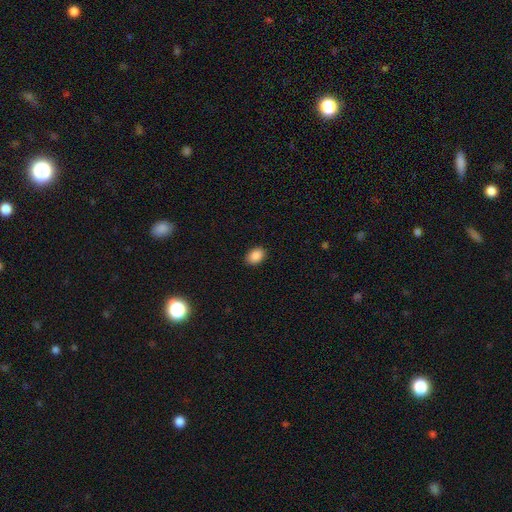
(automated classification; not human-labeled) The model was most divided on "how rounded": in between: 80%, round: 19%, cigar-shaped: 1%. More confident: merging — none (89%); smooth or featured — smooth (89%).